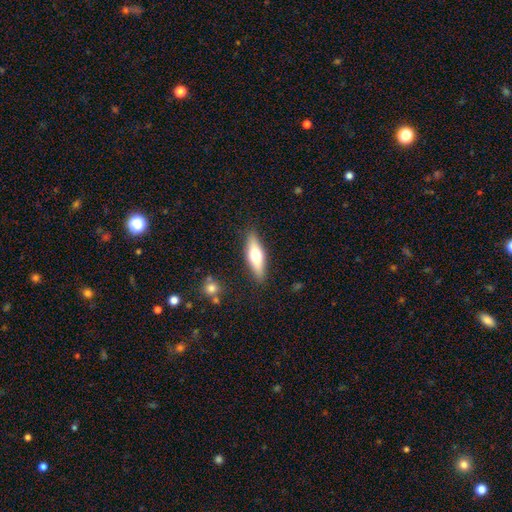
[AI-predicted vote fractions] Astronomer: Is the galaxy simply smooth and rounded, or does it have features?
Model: smooth — 55% (runner-up: featured or disk, 39%).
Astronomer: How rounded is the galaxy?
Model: cigar-shaped — 55% (runner-up: in between, 42%).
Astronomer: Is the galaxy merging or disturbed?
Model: none — 87%.